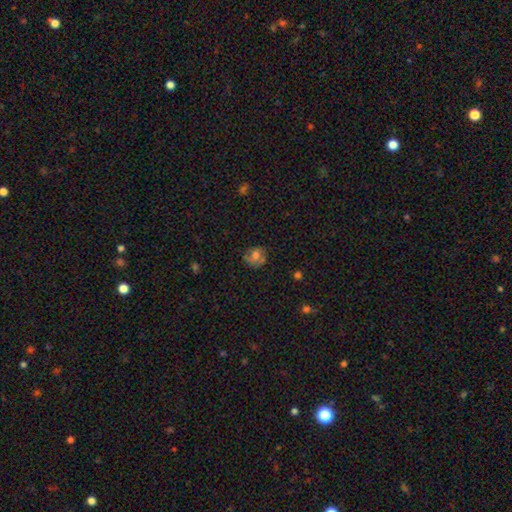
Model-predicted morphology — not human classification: Smooth or featured? Predicted: smooth (p=0.61). How rounded? Predicted: round (p=0.68). Merging? Predicted: none (p=0.59).